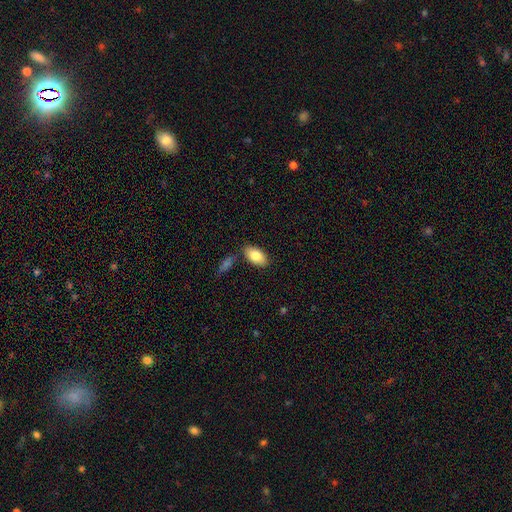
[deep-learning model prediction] This is clearly a smooth galaxy (83%). How rounded: clearly in between (93%). Merging: likely none (79%).